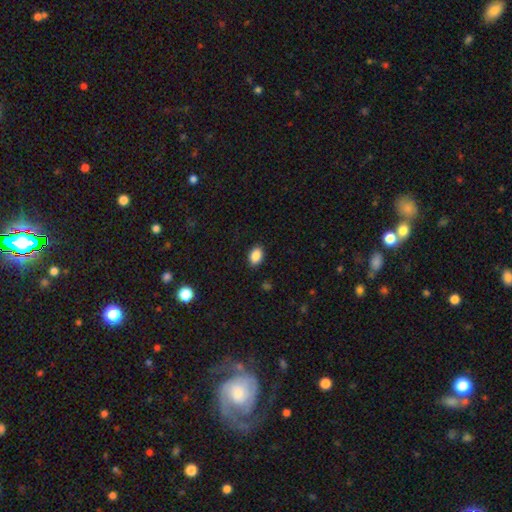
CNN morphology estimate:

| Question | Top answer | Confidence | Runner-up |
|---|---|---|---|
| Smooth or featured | smooth | 88% | star or artifact (8%) |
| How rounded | in between | 84% | round (14%) |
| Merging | none | 88% | minor disturbance (9%) |